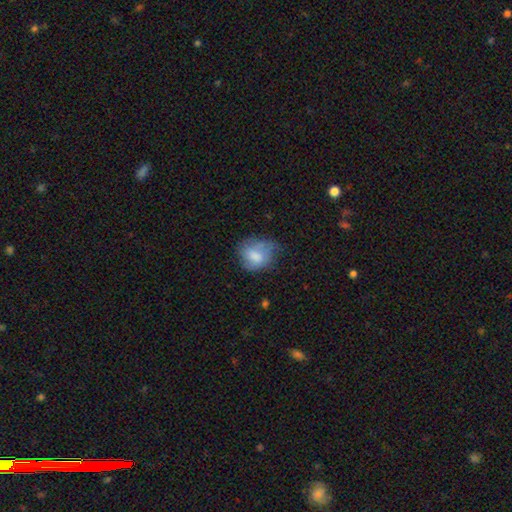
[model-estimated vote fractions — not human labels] A smooth galaxy with no disk features (72%) that is round (50%).

Vote fractions:
- Smooth or featured? smooth: 72% / featured or disk: 20% / star or artifact: 8%
- How rounded? round: 50% / in between: 49% / cigar-shaped: 1%
- Merging? none: 44% / minor disturbance: 36% / major disturbance: 18% / merger: 2%